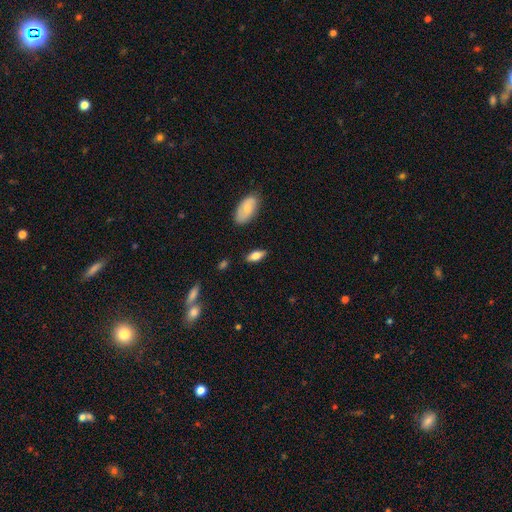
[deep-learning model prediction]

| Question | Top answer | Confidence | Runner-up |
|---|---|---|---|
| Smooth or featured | smooth | 66% | featured or disk (27%) |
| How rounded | in between | 77% | cigar-shaped (20%) |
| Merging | none | 84% | minor disturbance (11%) |